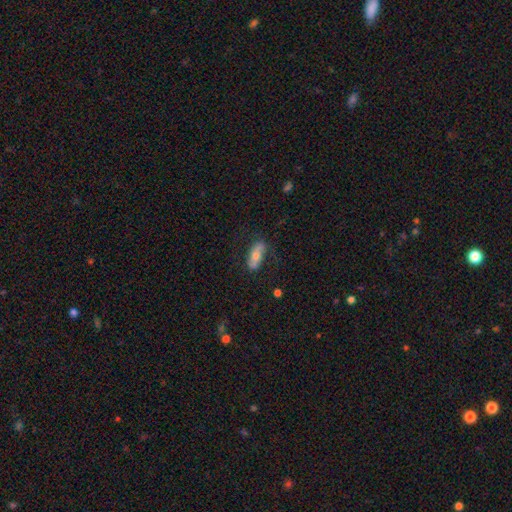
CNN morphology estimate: smooth_or_featured: smooth (p=0.58) [alt: featured or disk p=0.35]
how_rounded: in between (p=0.61) [alt: cigar-shaped p=0.35]
merging: none (p=0.75) [alt: minor disturbance p=0.17]